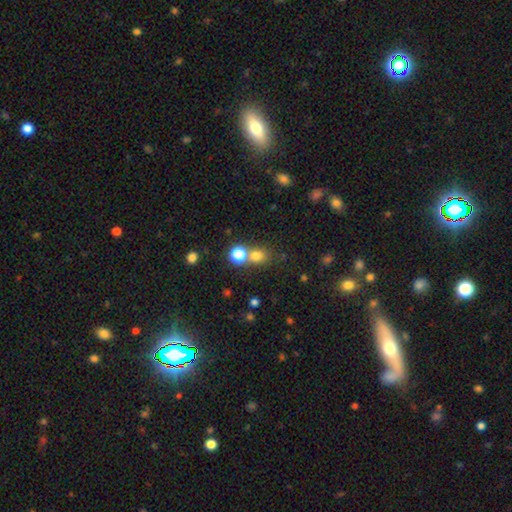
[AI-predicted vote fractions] smooth-or-featured: smooth: 73% | star or artifact: 19% | featured or disk: 8%
  how-rounded: round: 75% | in between: 24% | cigar-shaped: 1%
  merging: none: 56% | merger: 32% | minor disturbance: 8% | major disturbance: 4%